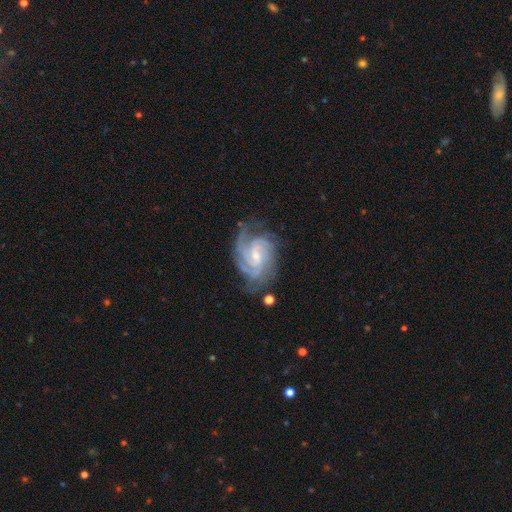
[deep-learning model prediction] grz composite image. It shows a featured or disk galaxy (89%) with a weak bar (49%), 3 (37%) tight (57%) spiral arms (98%) and a small central bulge (58%). Merging: none (69%).